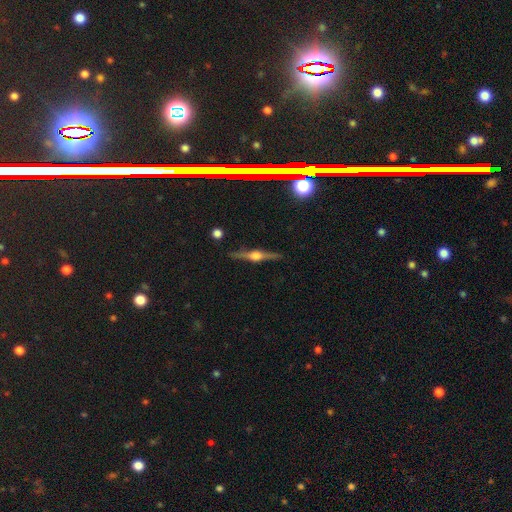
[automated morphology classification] smooth-or-featured: featured or disk: 83% | smooth: 11% | star or artifact: 7%
  disk-edge-on: yes: 98% | no: 2%
    edge-on-bulge: rounded: 93% | boxy: 6% | none: 2%
  merging: none: 90% | minor disturbance: 7% | major disturbance: 2% | merger: 1%